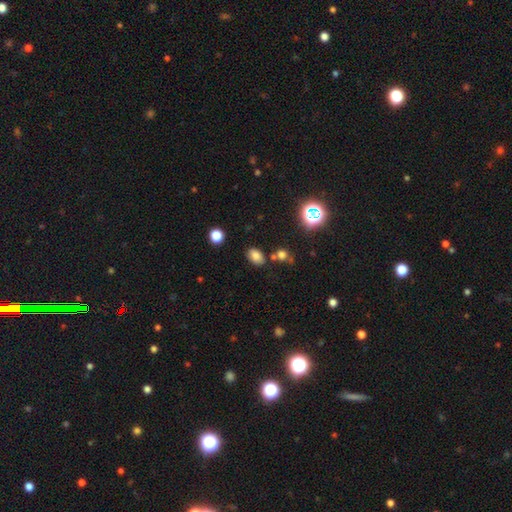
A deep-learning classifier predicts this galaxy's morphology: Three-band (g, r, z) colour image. It shows a smooth galaxy with no disk features (78%) that is in between round and cigar-shaped (82%). Merging: none (77%).